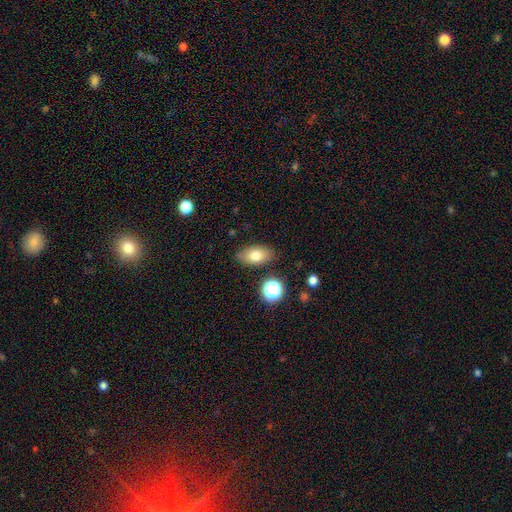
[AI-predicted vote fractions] Q: Smooth or featured?
A: smooth (75%); runner-up: featured or disk (15%)
Q: How rounded?
A: in between (88%); runner-up: round (9%)
Q: Merging?
A: none (82%); runner-up: minor disturbance (12%)